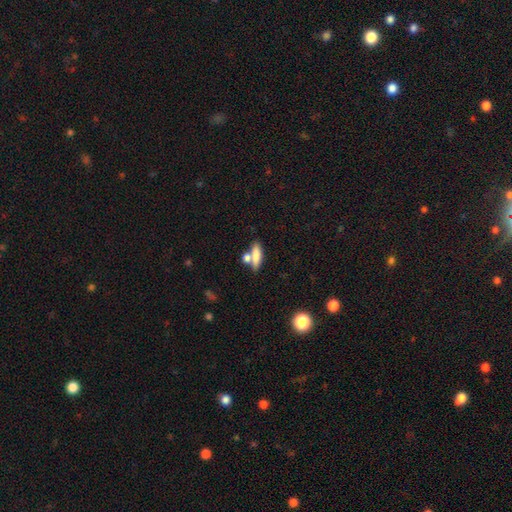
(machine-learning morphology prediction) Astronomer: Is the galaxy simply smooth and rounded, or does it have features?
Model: smooth — 76%.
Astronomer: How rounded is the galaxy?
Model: in between — 52% (runner-up: cigar-shaped, 43%).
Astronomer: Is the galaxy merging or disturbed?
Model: none — 51% (runner-up: merger, 33%).